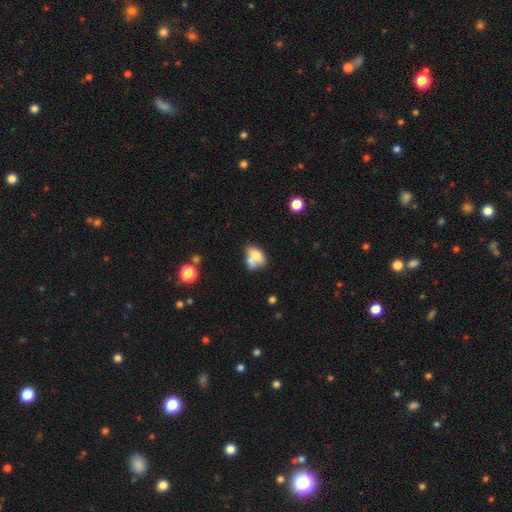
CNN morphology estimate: type=smooth (68%); roundness=in between (76%); merging=merger (54%).